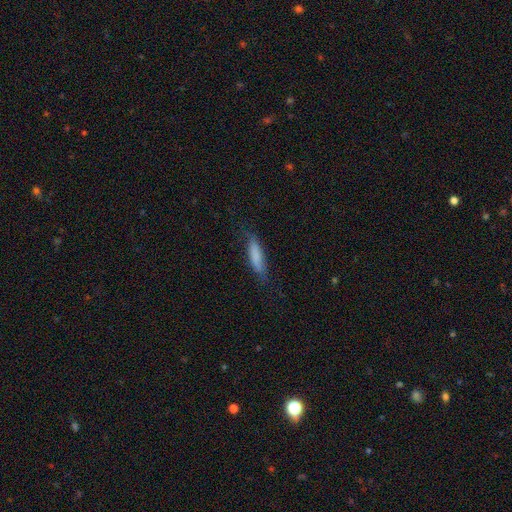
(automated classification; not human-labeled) Smooth or featured? smooth (77%)
How rounded? cigar-shaped (71%)
Merging? none (70%)